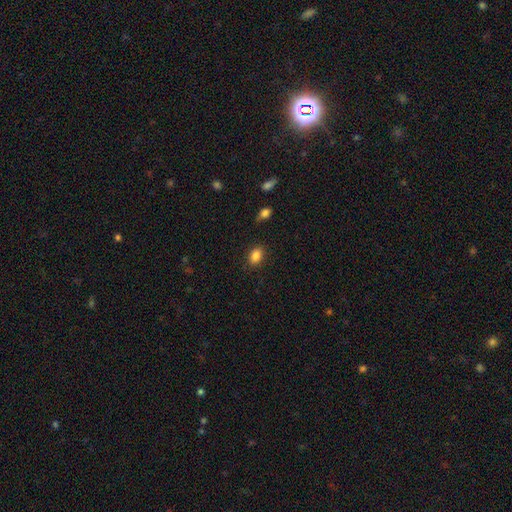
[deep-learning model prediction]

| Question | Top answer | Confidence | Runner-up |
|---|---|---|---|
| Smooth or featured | smooth | 86% | star or artifact (9%) |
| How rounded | in between | 78% | round (20%) |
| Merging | none | 85% | minor disturbance (11%) |